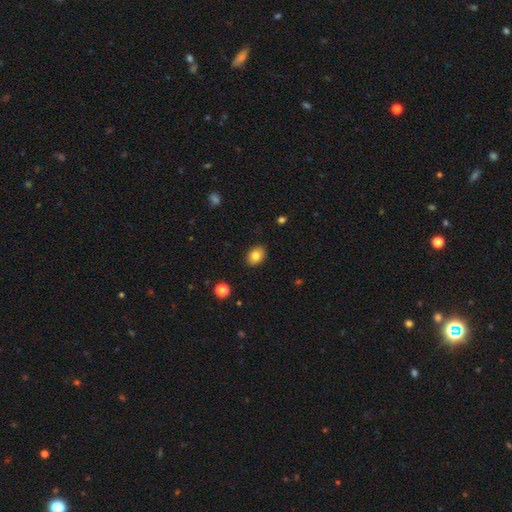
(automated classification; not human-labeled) smooth_or_featured: smooth (p=0.82) [alt: featured or disk p=0.09]
how_rounded: in between (p=0.69) [alt: round p=0.30]
merging: none (p=0.89) [alt: minor disturbance p=0.08]